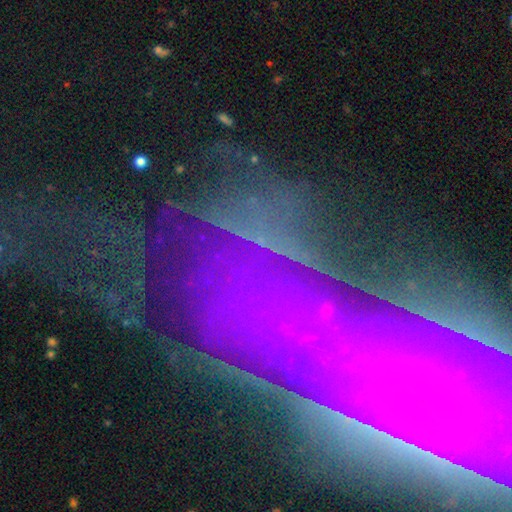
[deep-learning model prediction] smooth_or_featured: featured or disk (p=0.54) [alt: star or artifact p=0.32]
disk_edge_on: no (p=0.86) [alt: yes p=0.14]
merging: none (p=0.61) [alt: minor disturbance p=0.16]